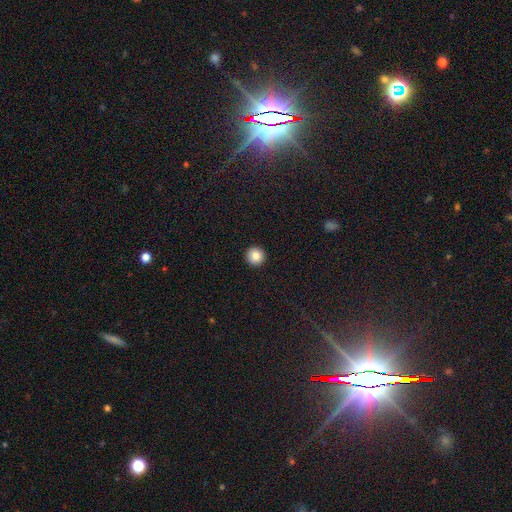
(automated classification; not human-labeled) The model was most divided on "smooth or featured": smooth: 85%, star or artifact: 9%, featured or disk: 6%. More confident: how rounded — round (97%); merging — none (94%).